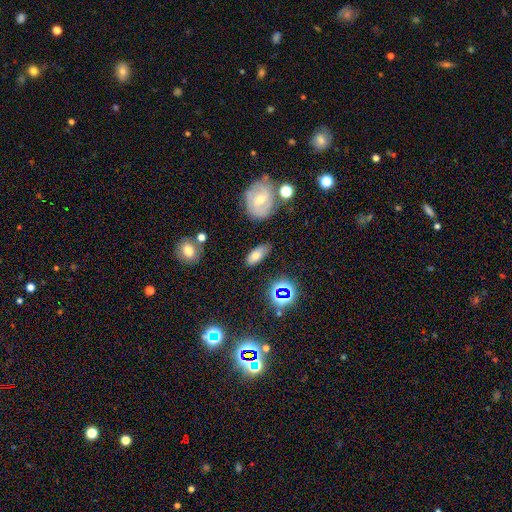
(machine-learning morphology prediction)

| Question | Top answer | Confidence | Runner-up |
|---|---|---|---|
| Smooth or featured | smooth | 63% | featured or disk (21%) |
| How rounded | in between | 84% | cigar-shaped (9%) |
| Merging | none | 78% | minor disturbance (14%) |